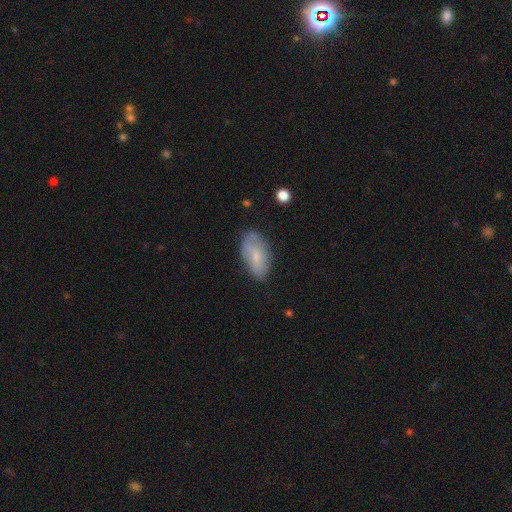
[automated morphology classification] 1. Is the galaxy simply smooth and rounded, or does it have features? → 63% smooth, 30% featured or disk, 7% star or artifact.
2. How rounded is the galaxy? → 92% in between, 4% cigar-shaped, 4% round.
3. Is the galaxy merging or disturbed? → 66% none, 25% minor disturbance, 7% major disturbance, 2% merger.